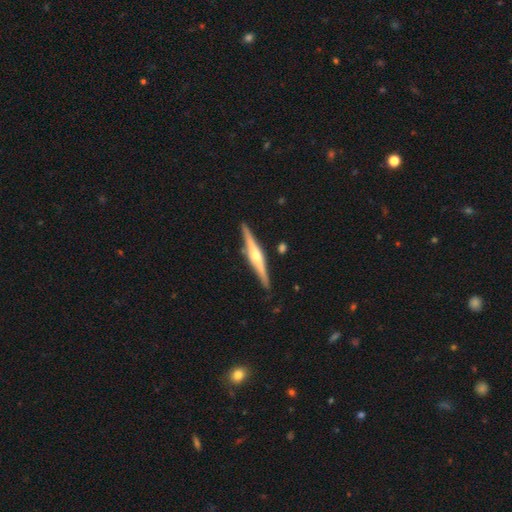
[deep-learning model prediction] Smooth or featured? featured or disk (78%)
Edge-on disk? yes (98%)
Edge-on bulge? rounded (87%)
Merging? none (89%)